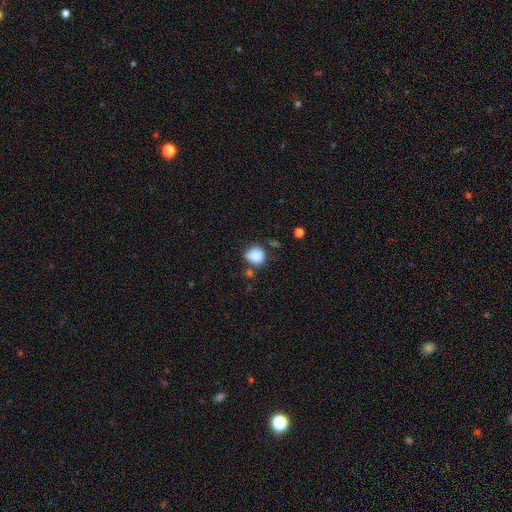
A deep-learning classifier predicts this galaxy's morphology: A smooth galaxy with no disk features (86%) that is round (81%). Merging: none (63%).